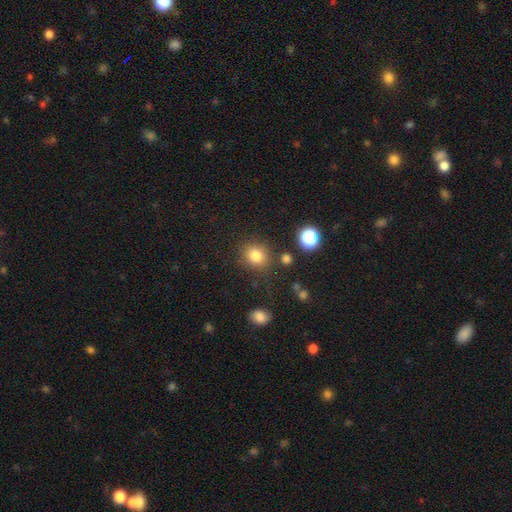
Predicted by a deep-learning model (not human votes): smooth_or_featured: smooth (p=0.80) [alt: star or artifact p=0.14]
how_rounded: round (p=0.78) [alt: in between p=0.21]
merging: none (p=0.80) [alt: minor disturbance p=0.11]